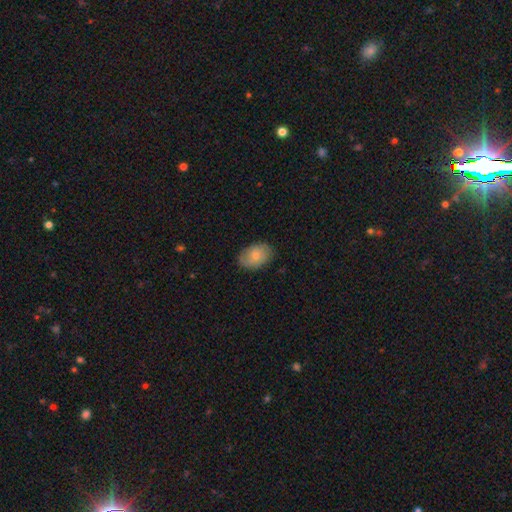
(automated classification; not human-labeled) A smooth galaxy with no disk features (63%) that is in between round and cigar-shaped (83%). Merging: none (81%).